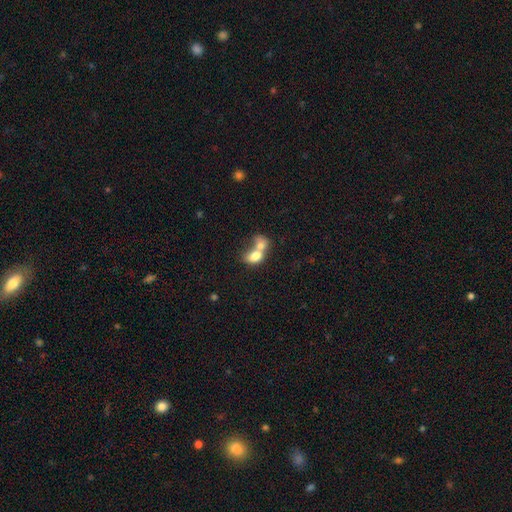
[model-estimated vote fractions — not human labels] The model was most divided on "how rounded": in between: 75%, round: 23%, cigar-shaped: 2%. More confident: merging — merger (75%); smooth or featured — smooth (73%).